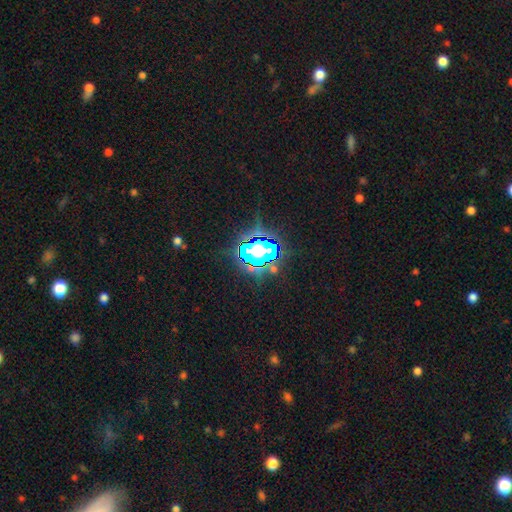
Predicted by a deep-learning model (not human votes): Smooth or featured? star or artifact (57%)